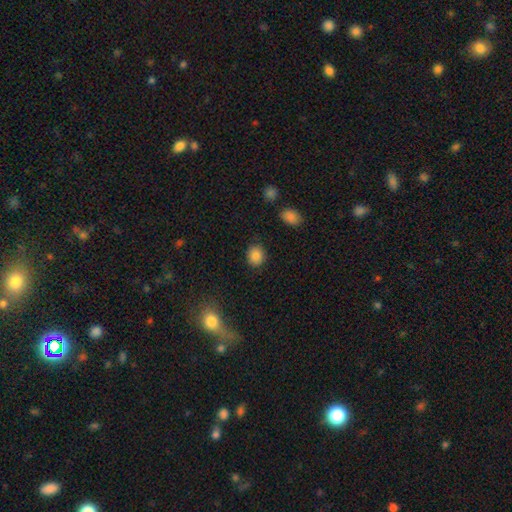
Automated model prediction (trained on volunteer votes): Overall: smooth (85%). How rounded: round (77%). Merging: none (87%).